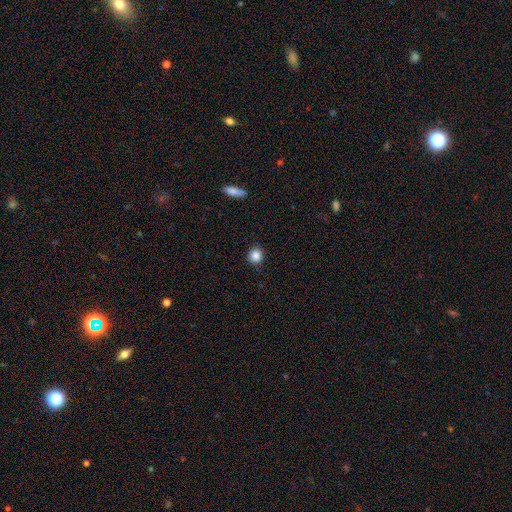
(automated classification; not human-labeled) smooth 87%, star or artifact 10%, featured or disk 4%. Down the decision tree: how rounded — round (88%); merging — none (88%).